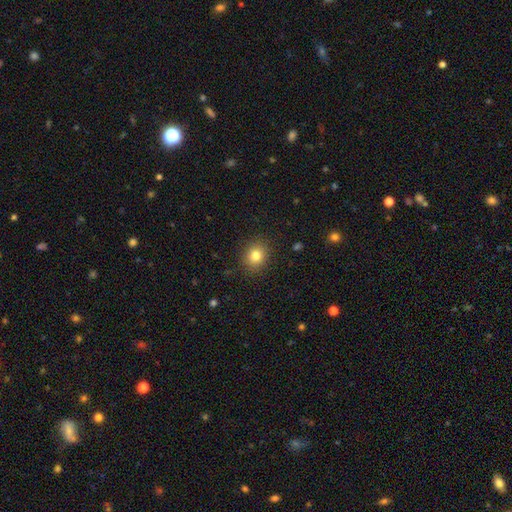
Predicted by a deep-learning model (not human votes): Smooth or featured? smooth (81%)
How rounded? round (72%)
Merging? none (89%)